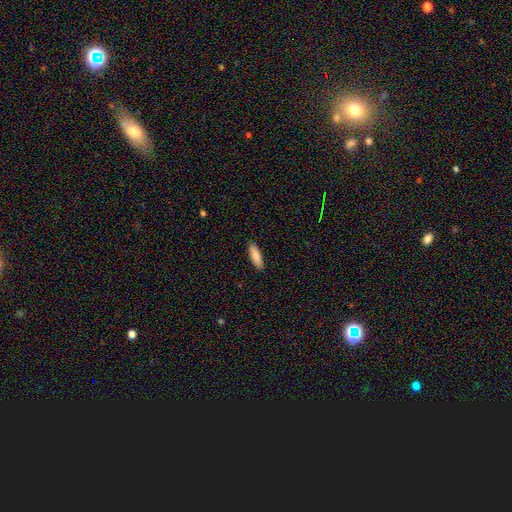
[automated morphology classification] Smooth or featured? smooth (87%)
How rounded? cigar-shaped (52%)
Merging? none (91%)